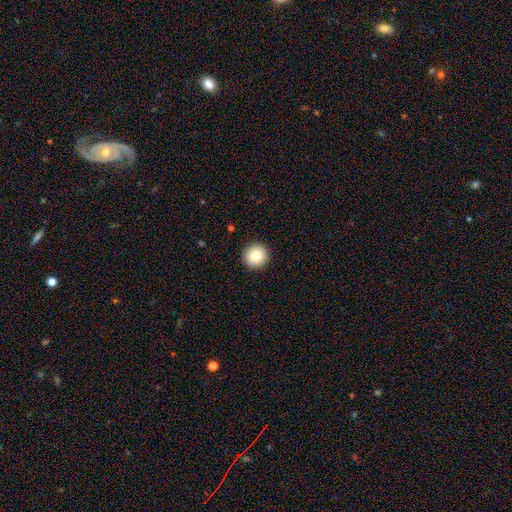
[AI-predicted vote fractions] smooth 81%, star or artifact 10%, featured or disk 9%. Down the decision tree: how rounded — round (95%); merging — none (93%).